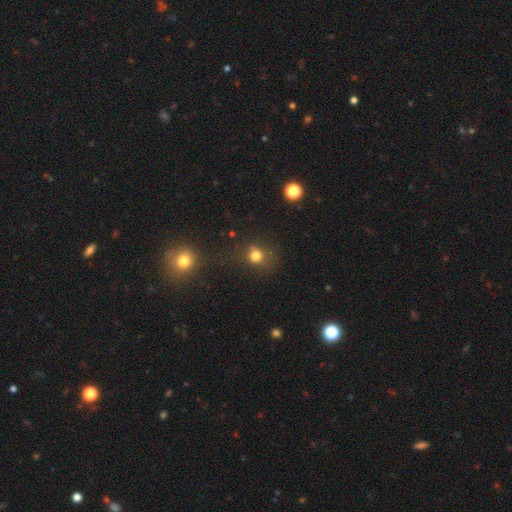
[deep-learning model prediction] Smooth or featured?
  - smooth: 75% *
  - star or artifact: 17%
  - featured or disk: 8%
How rounded?
  - round: 78% *
  - in between: 21%
  - cigar-shaped: 1%
Merging?
  - none: 63% *
  - minor disturbance: 18%
  - major disturbance: 13%
  - merger: 6%